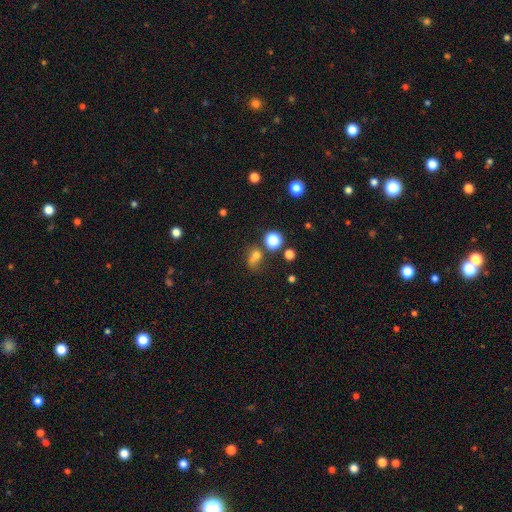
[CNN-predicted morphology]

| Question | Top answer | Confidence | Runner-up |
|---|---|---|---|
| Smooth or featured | smooth | 62% | star or artifact (25%) |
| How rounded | round | 64% | in between (33%) |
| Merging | none | 43% | merger (26%) |